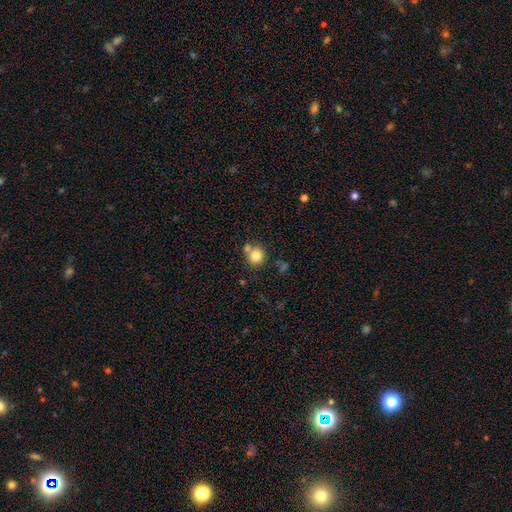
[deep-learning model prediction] smooth 81%, star or artifact 11%, featured or disk 8%. Down the decision tree: how rounded — round (88%); merging — none (65%).